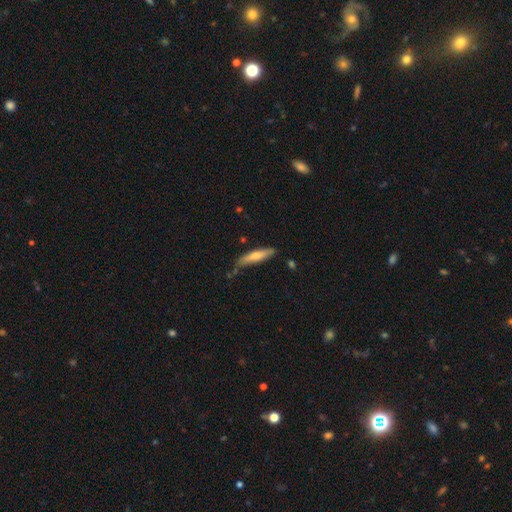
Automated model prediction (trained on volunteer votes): The model was most divided on "smooth or featured": smooth: 59%, featured or disk: 35%, star or artifact: 6%. More confident: how rounded — cigar-shaped (82%); merging — none (70%).